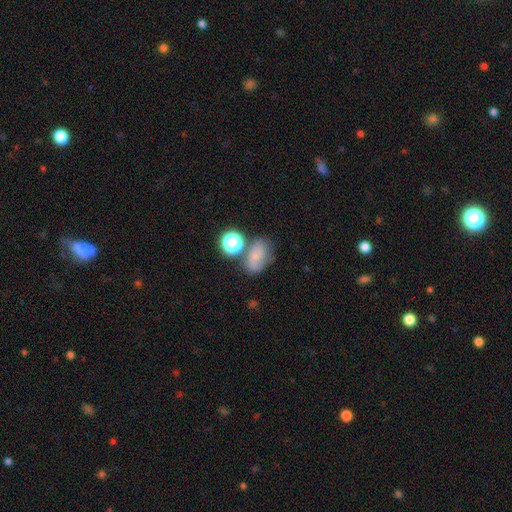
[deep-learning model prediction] Morphology: type=smooth (57%); roundness=in between (71%); merging=none (51%).